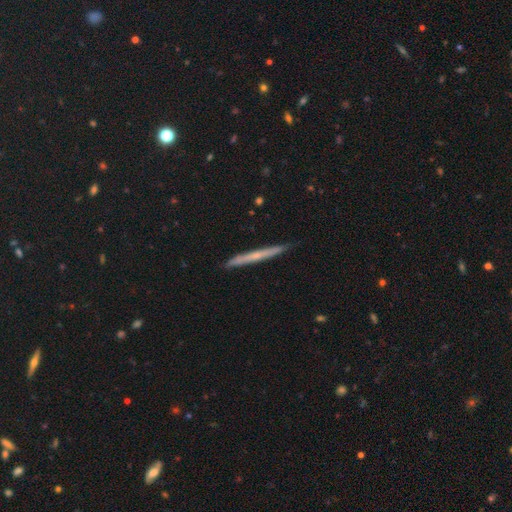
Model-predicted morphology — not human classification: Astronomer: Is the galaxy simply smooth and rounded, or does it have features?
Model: featured or disk — 53% (runner-up: smooth, 41%).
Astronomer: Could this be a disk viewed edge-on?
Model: yes — 97%.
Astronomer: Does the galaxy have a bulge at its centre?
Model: none — 72%.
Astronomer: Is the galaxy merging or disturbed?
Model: none — 89%.